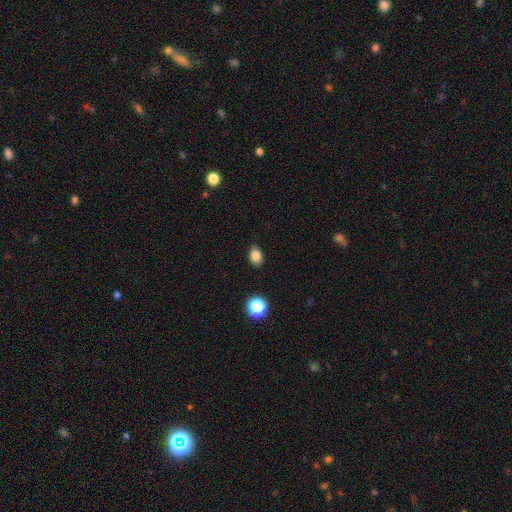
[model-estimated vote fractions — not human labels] Smooth or featured: smooth — 84% (star or artifact — 11%)
How rounded: in between — 76% (round — 23%)
Merging: none — 87% (minor disturbance — 10%)